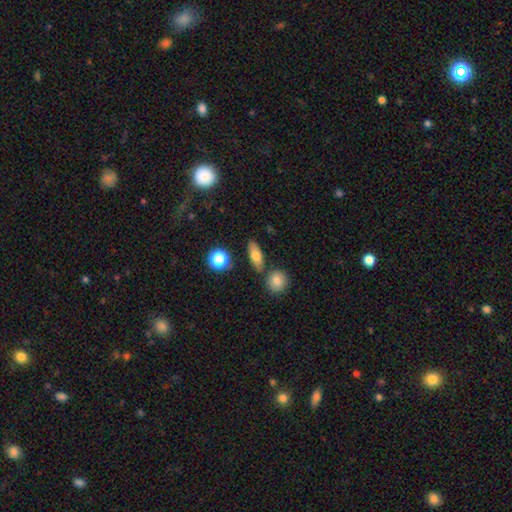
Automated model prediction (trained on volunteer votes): A smooth galaxy with no disk features (73%) that is in between round and cigar-shaped (68%). Merging: none (78%).